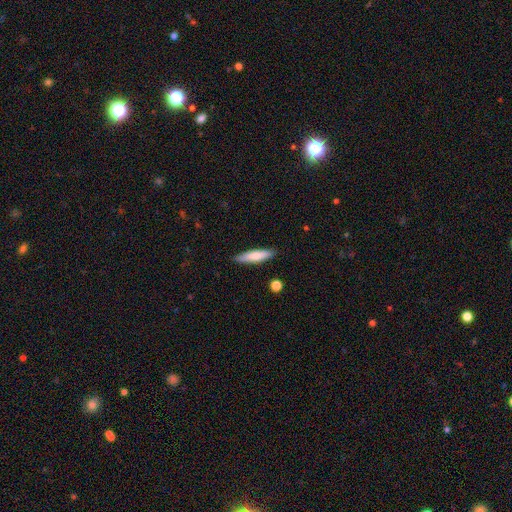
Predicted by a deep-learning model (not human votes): Smooth or featured? Predicted: smooth (p=0.73). How rounded? Predicted: cigar-shaped (p=0.78). Merging? Predicted: none (p=0.88).